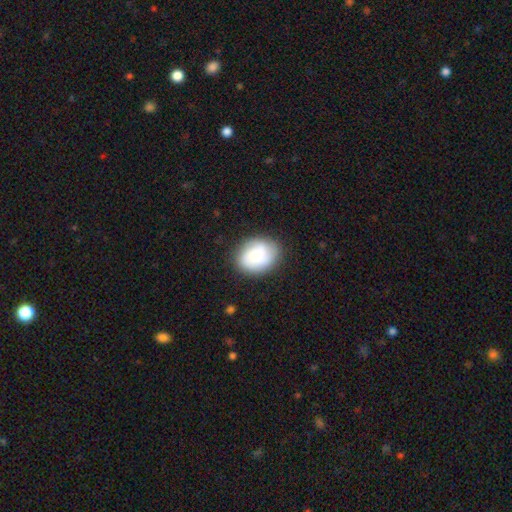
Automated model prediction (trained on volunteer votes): smooth 61%, featured or disk 32%, star or artifact 8%. Down the decision tree: how rounded — in between (51%); merging — none (78%).